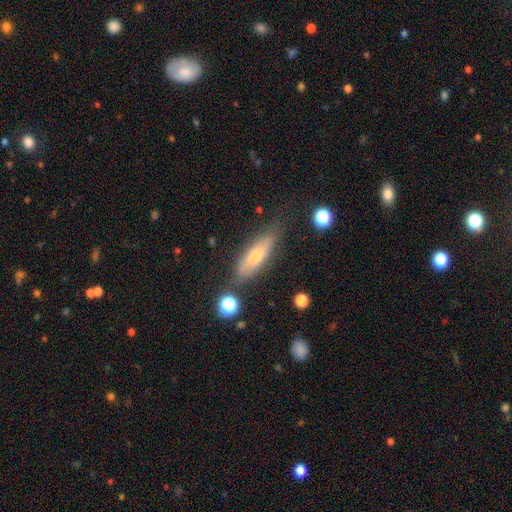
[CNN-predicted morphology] Smooth or featured? Predicted: smooth (p=0.54). How rounded? Predicted: cigar-shaped (p=0.57). Merging? Predicted: none (p=0.69).